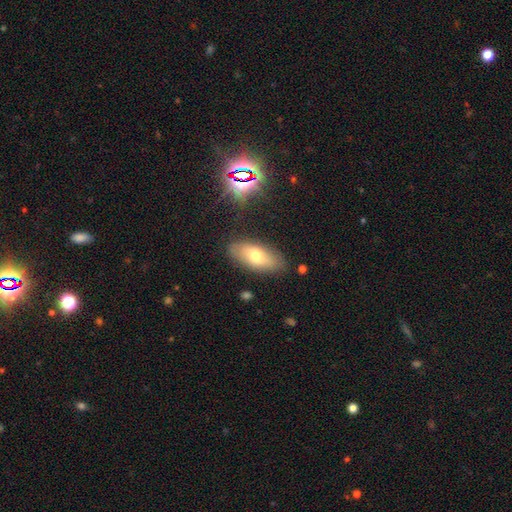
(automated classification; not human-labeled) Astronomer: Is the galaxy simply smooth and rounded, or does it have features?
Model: smooth — 64%.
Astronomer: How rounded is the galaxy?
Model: in between — 88%.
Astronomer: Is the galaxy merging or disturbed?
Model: none — 82%.